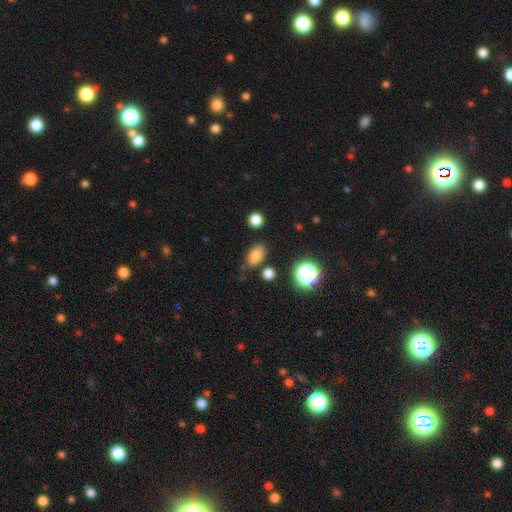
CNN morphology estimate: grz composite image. It shows a smooth galaxy with no disk features (78%) that is in between round and cigar-shaped (84%). Merging: none (74%).